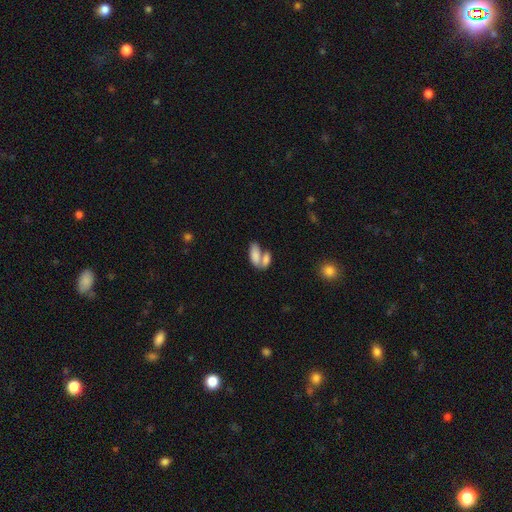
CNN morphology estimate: smooth_or_featured: smooth (p=0.79) [alt: featured or disk p=0.13]
how_rounded: in between (p=0.87) [alt: cigar-shaped p=0.09]
merging: merger (p=0.60) [alt: none p=0.26]